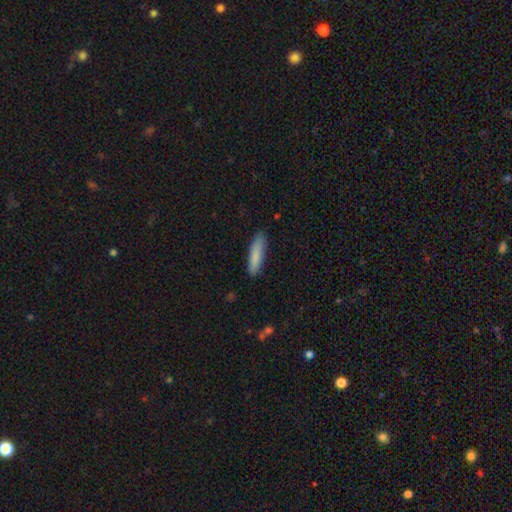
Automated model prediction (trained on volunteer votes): This appears to be a smooth galaxy with no disk features (85%) that is cigar-shaped (76%). Merging: none (85%).